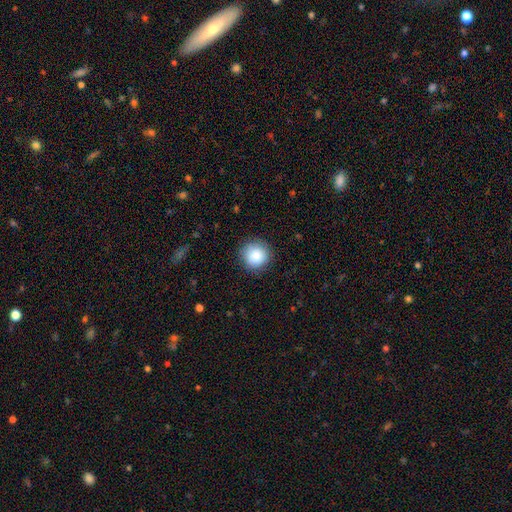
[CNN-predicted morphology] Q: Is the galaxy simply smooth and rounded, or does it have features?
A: smooth — 87%.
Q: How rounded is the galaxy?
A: round — 95%.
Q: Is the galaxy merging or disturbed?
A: none — 88%.